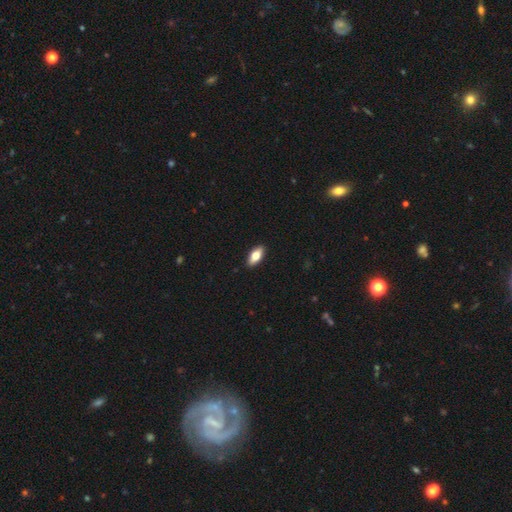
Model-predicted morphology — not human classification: Smooth or featured? Predicted: smooth (p=0.71). How rounded? Predicted: in between (p=0.83). Merging? Predicted: none (p=0.91).